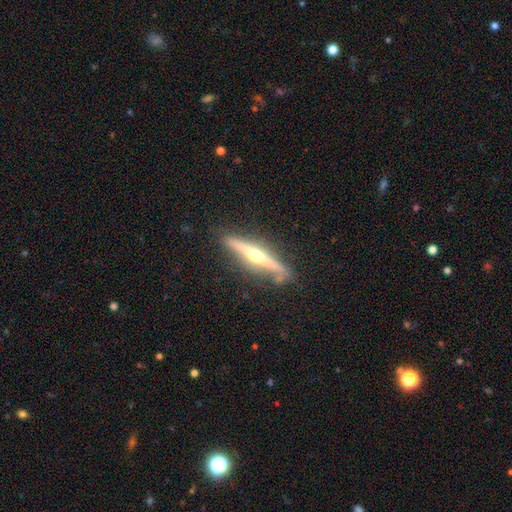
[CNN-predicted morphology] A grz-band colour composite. It shows a featured or disk galaxy (76%) viewed edge-on (97%) with a rounded central bulge (91%). Merging: none (81%).